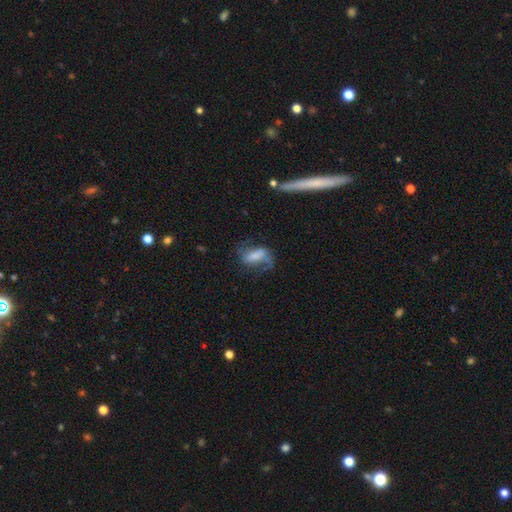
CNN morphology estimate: Overall: smooth (45%, tied with featured or disk). Merging: none (44%; major disturbance 28%).